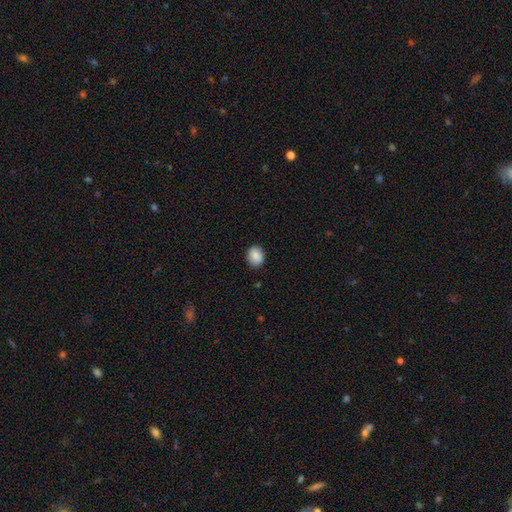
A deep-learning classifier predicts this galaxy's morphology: The model was most divided on "how rounded": round: 54%, in between: 45%, cigar-shaped: 1%. More confident: merging — none (88%); smooth or featured — smooth (87%).